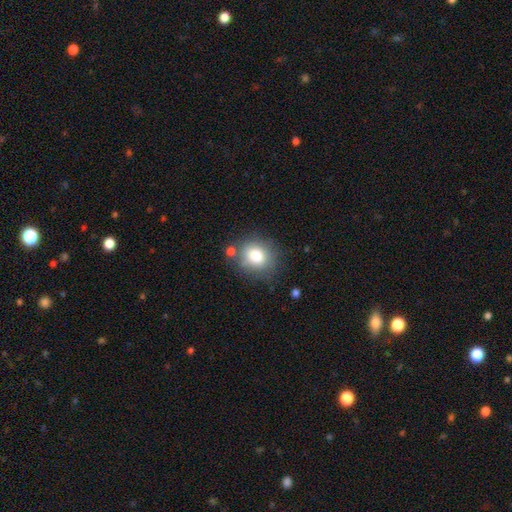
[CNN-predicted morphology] smooth_or_featured: smooth (p=0.81) [alt: star or artifact p=0.10]
how_rounded: round (p=0.70) [alt: in between p=0.29]
merging: none (p=0.73) [alt: minor disturbance p=0.14]